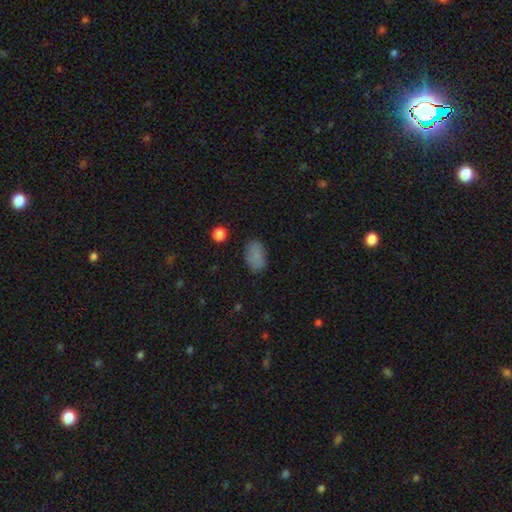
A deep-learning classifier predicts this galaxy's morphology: Smooth or featured? smooth (82%)
How rounded? in between (90%)
Merging? none (80%)